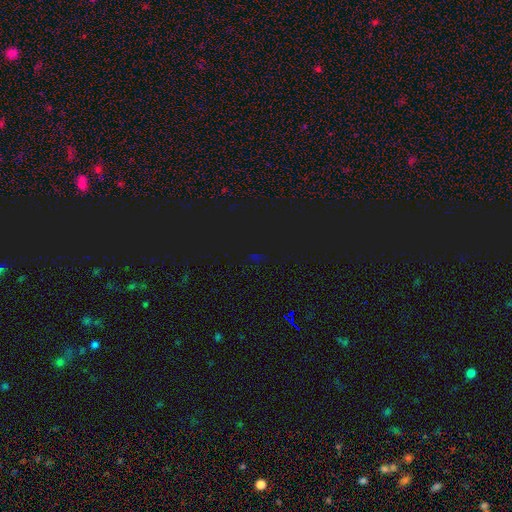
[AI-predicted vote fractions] smooth_or_featured: star or artifact (p=0.77) [alt: smooth p=0.16]